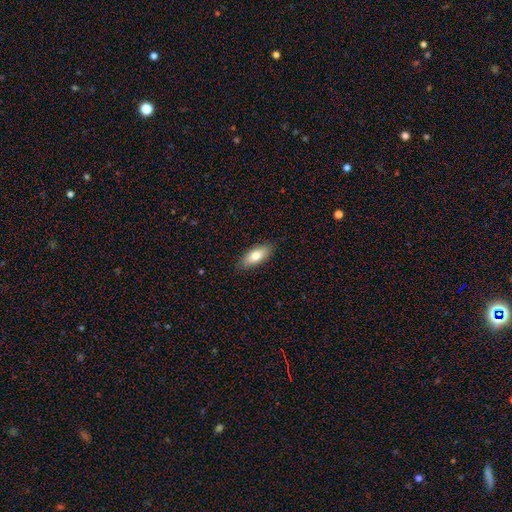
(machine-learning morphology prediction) A smooth galaxy with no disk features (76%) that is in between round and cigar-shaped (80%). Merging: none (86%).